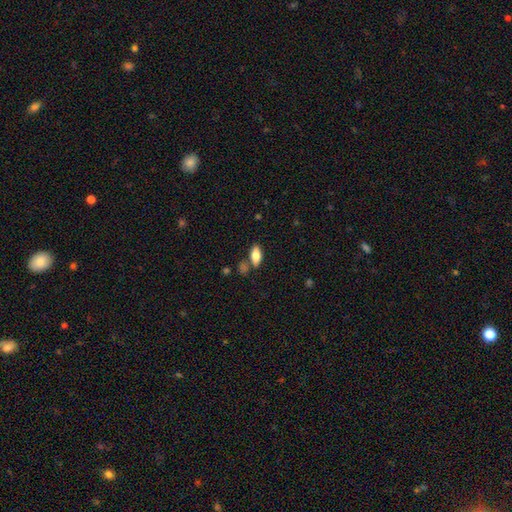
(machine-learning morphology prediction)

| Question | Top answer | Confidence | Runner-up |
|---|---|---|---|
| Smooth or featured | smooth | 78% | featured or disk (15%) |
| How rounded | in between | 85% | cigar-shaped (12%) |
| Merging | none | 74% | minor disturbance (13%) |